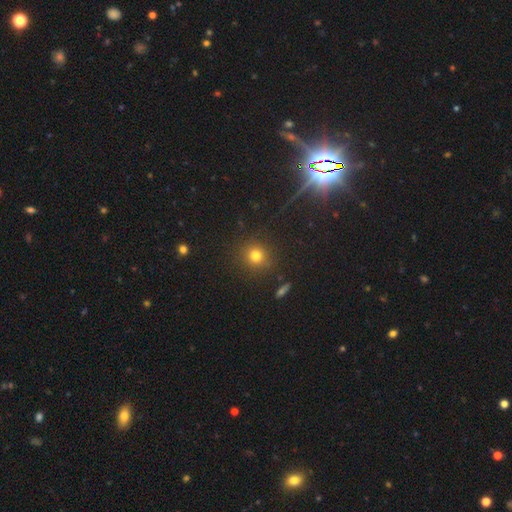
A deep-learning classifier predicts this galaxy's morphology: Smooth or featured? Predicted: smooth (p=0.76). How rounded? Predicted: round (p=0.91). Merging? Predicted: none (p=0.89).